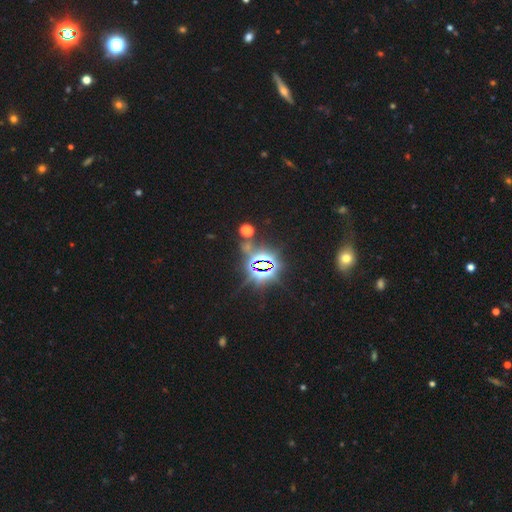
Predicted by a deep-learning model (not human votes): This is clearly a star or artifact rather than a galaxy (82%).